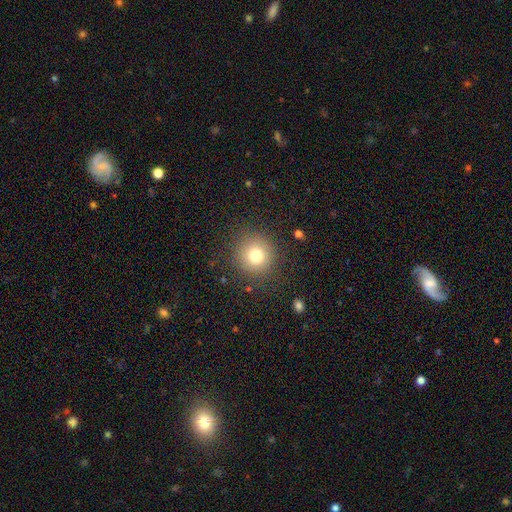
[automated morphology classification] smooth 76%, star or artifact 14%, featured or disk 10%. Down the decision tree: how rounded — round (94%); merging — none (88%).